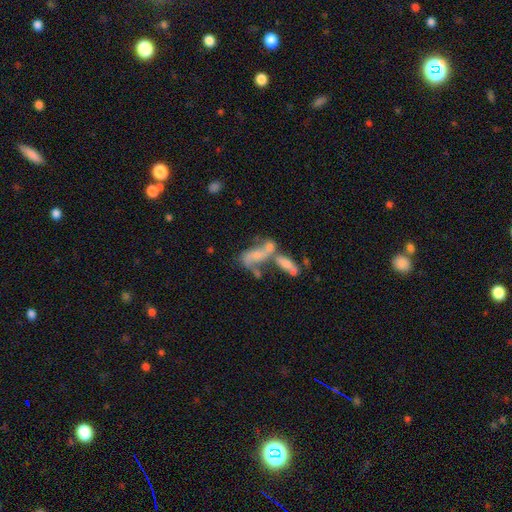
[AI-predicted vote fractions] Smooth or featured? featured or disk (53%)
Edge-on disk? no (91%)
Merging? merger (59%)